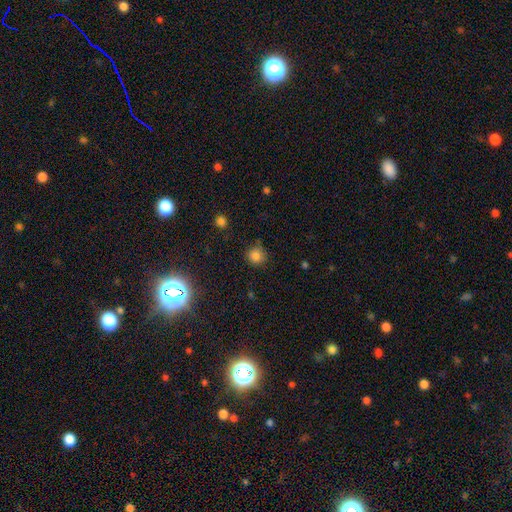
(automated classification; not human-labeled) Smooth or featured? Predicted: smooth (p=0.81). How rounded? Predicted: round (p=0.92). Merging? Predicted: none (p=0.82).